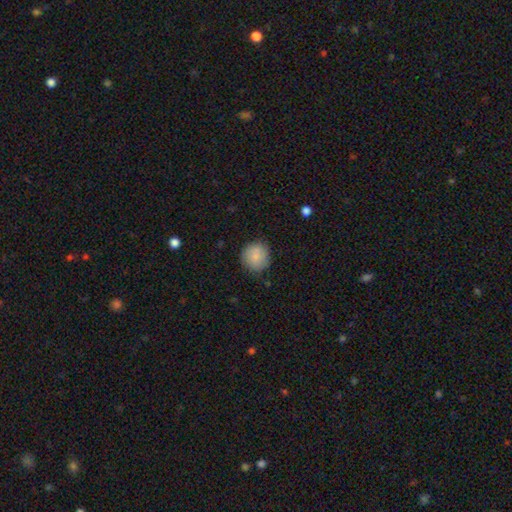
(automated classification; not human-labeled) Q: Smooth or featured?
A: smooth (84%); runner-up: featured or disk (8%)
Q: How rounded?
A: round (88%); runner-up: in between (11%)
Q: Merging?
A: none (81%); runner-up: minor disturbance (15%)